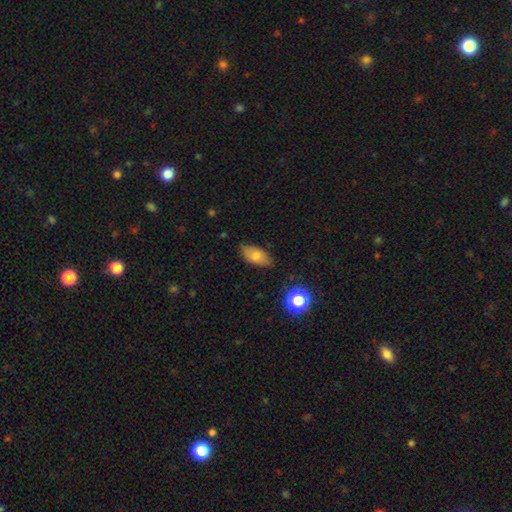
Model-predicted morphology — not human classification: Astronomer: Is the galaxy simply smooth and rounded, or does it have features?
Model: smooth — 75%.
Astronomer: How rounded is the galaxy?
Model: in between — 87%.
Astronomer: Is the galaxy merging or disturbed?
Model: none — 76%.